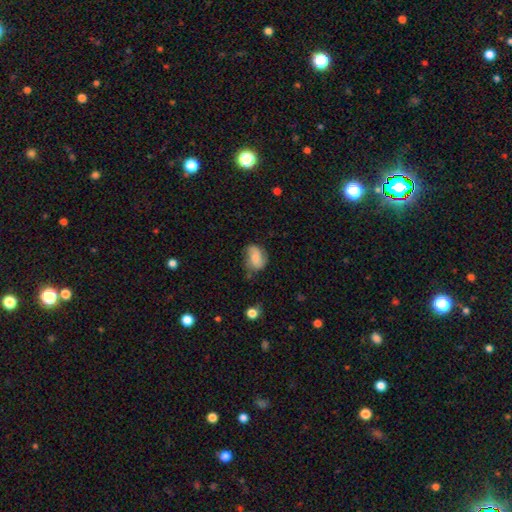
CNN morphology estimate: smooth 46%, featured or disk 44%, star or artifact 10%. Down the decision tree: merging — none (61%).